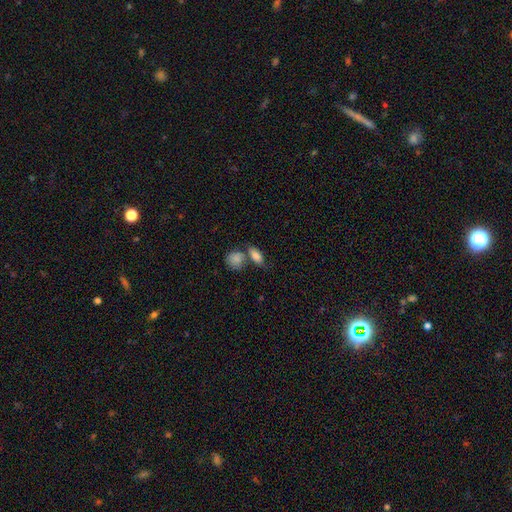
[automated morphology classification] Smooth or featured?
  - smooth: 82% *
  - featured or disk: 11%
  - star or artifact: 8%
How rounded?
  - in between: 83% *
  - round: 9%
  - cigar-shaped: 8%
Merging?
  - none: 47% *
  - merger: 33%
  - minor disturbance: 15%
  - major disturbance: 6%